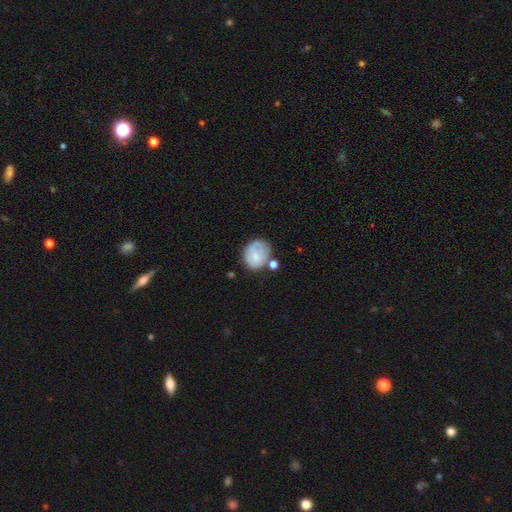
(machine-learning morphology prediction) The model was most divided on "merging": none: 53%, minor disturbance: 24%, merger: 14%, major disturbance: 9%. More confident: how rounded — round (67%); smooth or featured — smooth (63%).